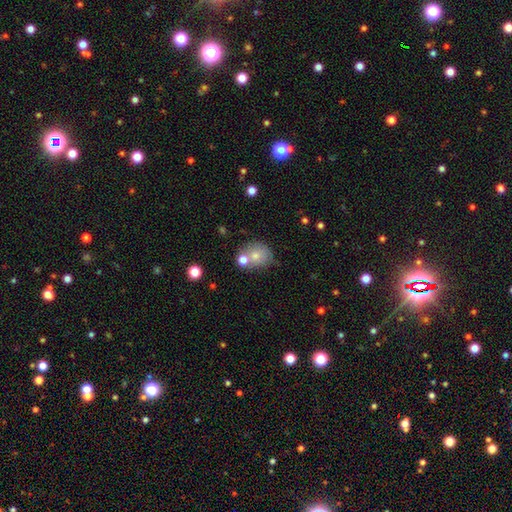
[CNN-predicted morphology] Smooth or featured?
  - smooth: 73% *
  - featured or disk: 17%
  - star or artifact: 10%
How rounded?
  - round: 73% *
  - in between: 26%
  - cigar-shaped: 1%
Merging?
  - none: 50% *
  - merger: 25%
  - minor disturbance: 18%
  - major disturbance: 6%